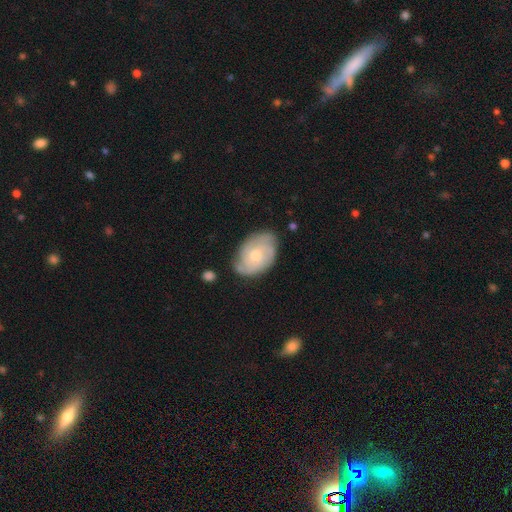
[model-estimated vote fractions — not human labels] Smooth or featured? featured or disk (67%)
Edge-on disk? no (96%)
Bar? no (75%)
Spiral arms? yes (87%)
Spiral winding? tight (57%)
Spiral arm count? can't tell (36%)
Bulge size? moderate (56%)
Merging? none (68%)